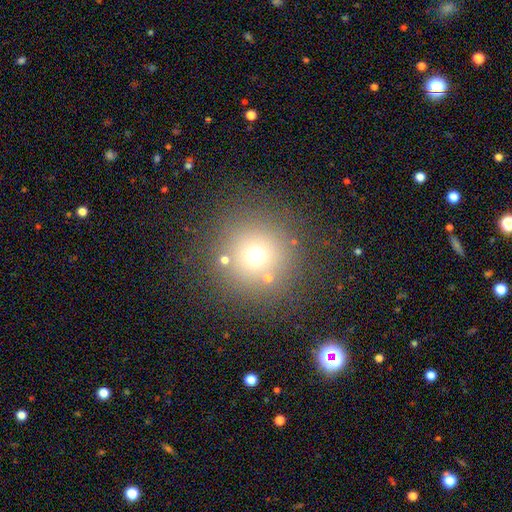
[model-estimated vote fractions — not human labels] Q: Smooth or featured?
A: smooth (66%); runner-up: star or artifact (22%)
Q: How rounded?
A: round (95%); runner-up: in between (5%)
Q: Merging?
A: none (81%); runner-up: minor disturbance (8%)